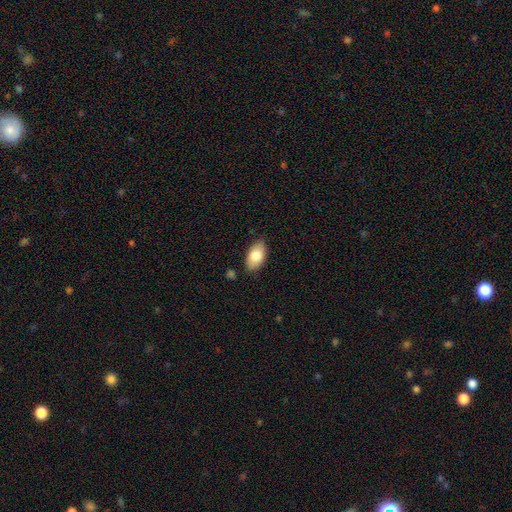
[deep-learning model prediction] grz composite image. It shows a smooth galaxy with no disk features (80%) that is in between round and cigar-shaped (93%). Merging: none (82%).